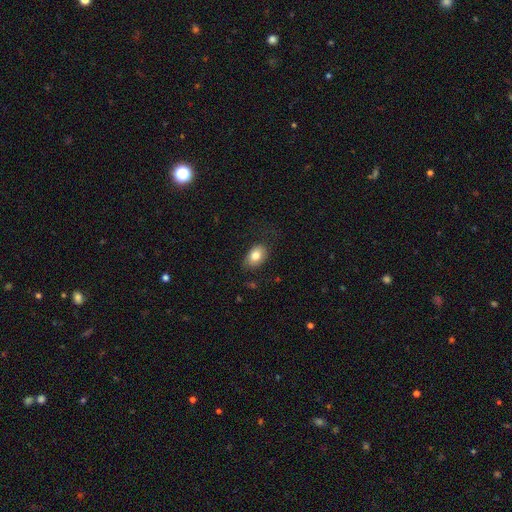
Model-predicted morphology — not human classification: smooth 79%, featured or disk 13%, star or artifact 8%. Down the decision tree: how rounded — in between (86%); merging — none (72%).